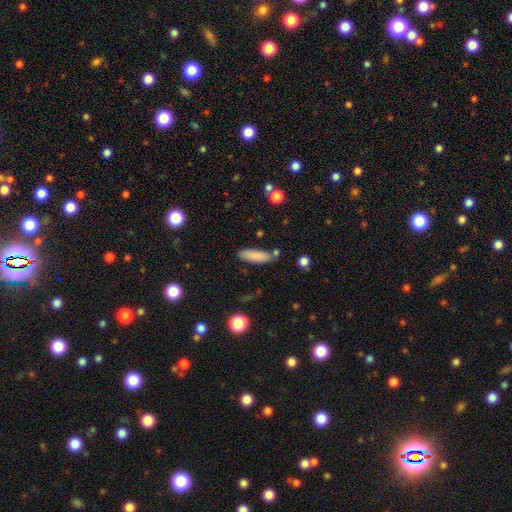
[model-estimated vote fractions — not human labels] Smooth or featured?
  - smooth: 85% *
  - featured or disk: 8%
  - star or artifact: 7%
How rounded?
  - in between: 51% *
  - cigar-shaped: 48%
  - round: 2%
Merging?
  - none: 76% *
  - minor disturbance: 14%
  - merger: 7%
  - major disturbance: 3%